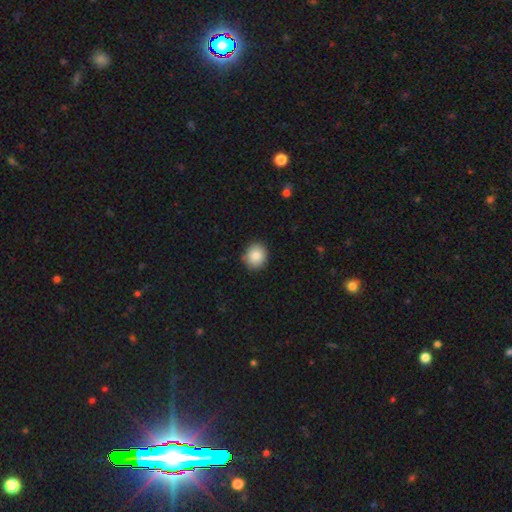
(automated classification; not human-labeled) Smooth or featured? Predicted: smooth (p=0.85). How rounded? Predicted: round (p=0.75). Merging? Predicted: none (p=0.88).